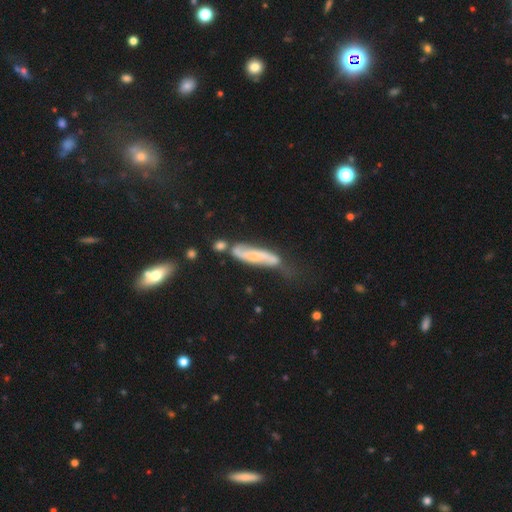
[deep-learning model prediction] A featured or disk galaxy (60%). Merging: none (42%).